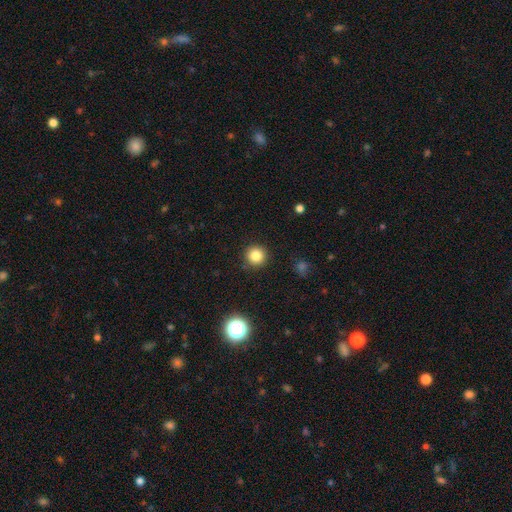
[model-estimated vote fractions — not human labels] Morphology: type=smooth (83%); roundness=round (95%); merging=none (92%).